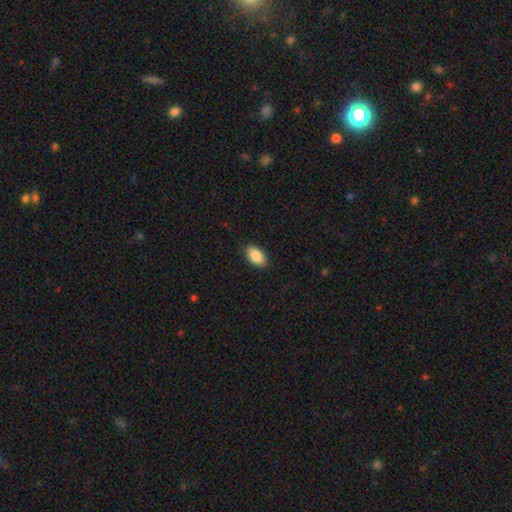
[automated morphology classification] Smooth or featured? smooth (87%)
How rounded? in between (93%)
Merging? none (87%)